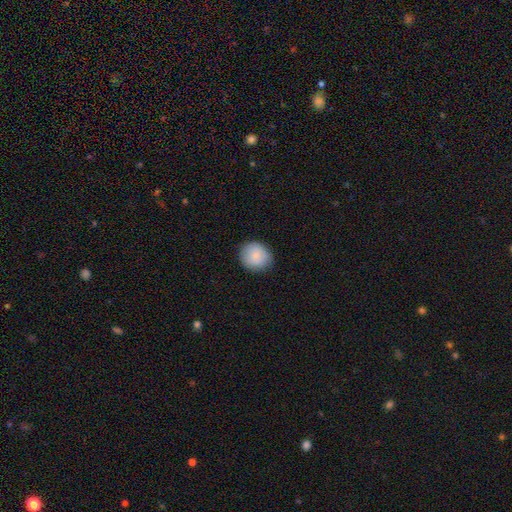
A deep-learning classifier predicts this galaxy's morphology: This appears to be a smooth galaxy with no disk features (88%) that is round (82%). Merging: none (86%).